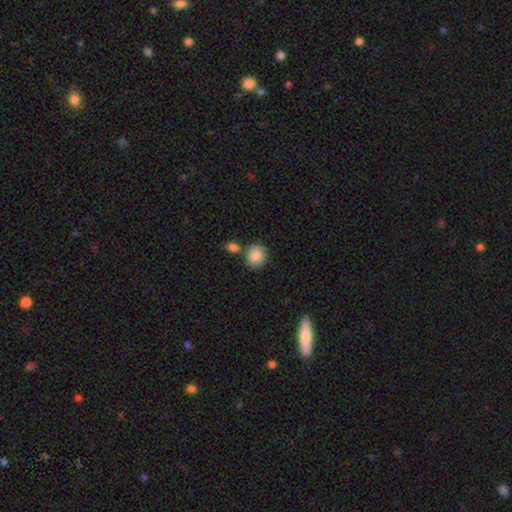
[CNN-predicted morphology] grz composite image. It shows a smooth galaxy with no disk features (87%) that is round (79%). Merging: none (69%).